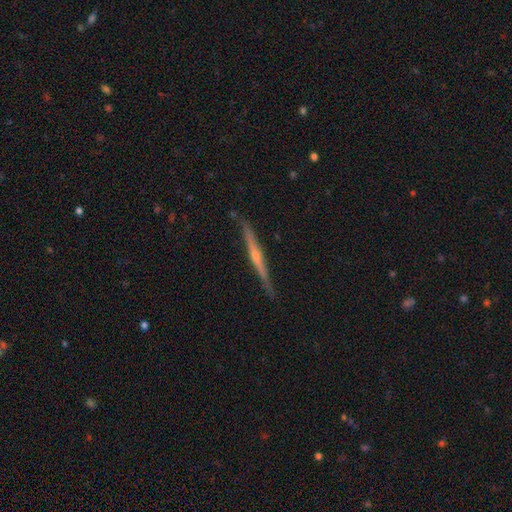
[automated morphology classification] This is likely a featured or disk galaxy (75%). It is clearly viewed edge-on (98%). Edge-on bulge: likely rounded (68%). Merging: clearly none (87%).